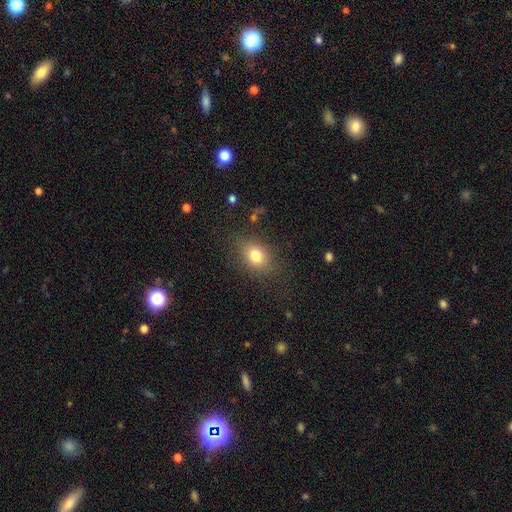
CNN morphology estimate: Q: Smooth or featured?
A: smooth (78%); runner-up: star or artifact (11%)
Q: How rounded?
A: in between (65%); runner-up: round (33%)
Q: Merging?
A: none (80%); runner-up: minor disturbance (13%)